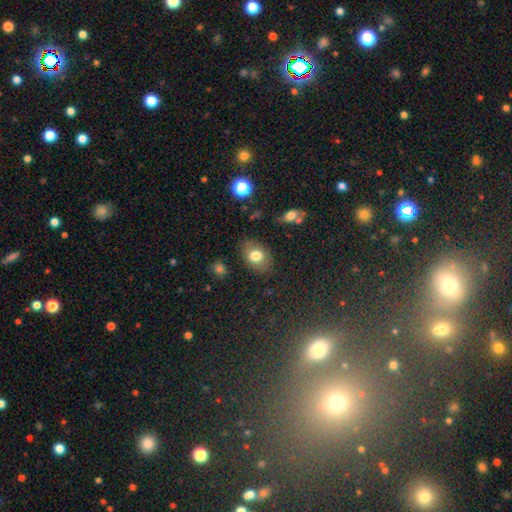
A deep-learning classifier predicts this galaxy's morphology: A smooth galaxy with no disk features (77%) that is in between round and cigar-shaped (74%).

Vote fractions:
- Smooth or featured? smooth: 77% / featured or disk: 14% / star or artifact: 10%
- How rounded? in between: 74% / round: 24% / cigar-shaped: 1%
- Merging? none: 79% / minor disturbance: 15% / major disturbance: 4% / merger: 2%